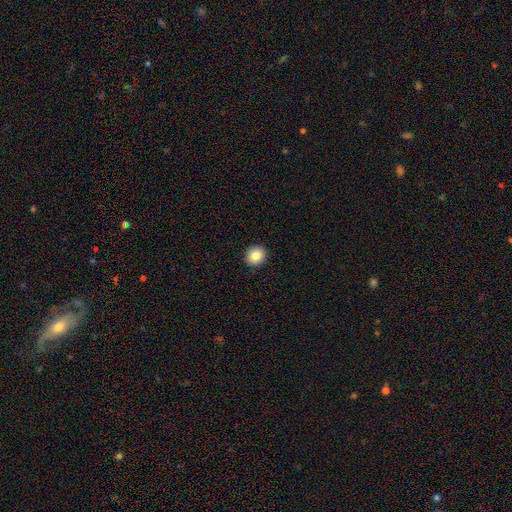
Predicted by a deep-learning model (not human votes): Smooth or featured: smooth — 84% (star or artifact — 9%)
How rounded: round — 79% (in between — 20%)
Merging: none — 92% (minor disturbance — 5%)